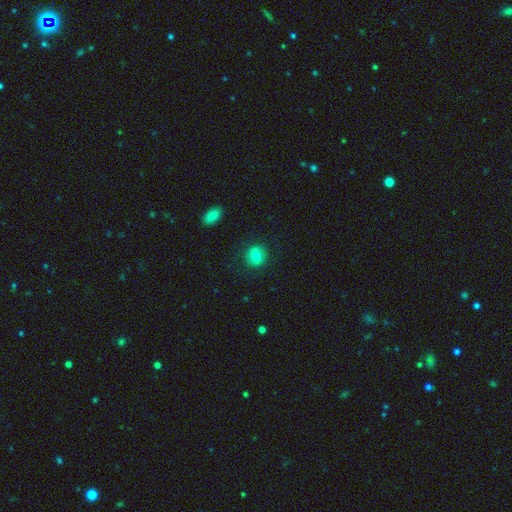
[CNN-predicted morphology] Smooth or featured? Predicted: smooth (p=0.75). How rounded? Predicted: round (p=0.78). Merging? Predicted: none (p=0.84).